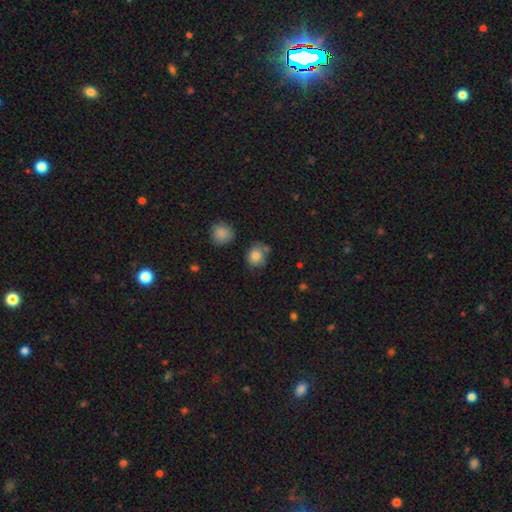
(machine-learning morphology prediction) A smooth galaxy with no disk features (83%) that is round (78%). Merging: none (63%).